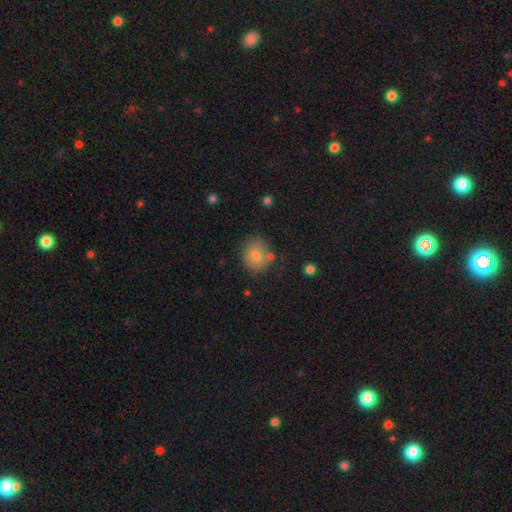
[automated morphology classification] The model was most divided on "how rounded": round: 69%, in between: 30%, cigar-shaped: 1%. More confident: smooth or featured — smooth (78%); merging — none (74%).